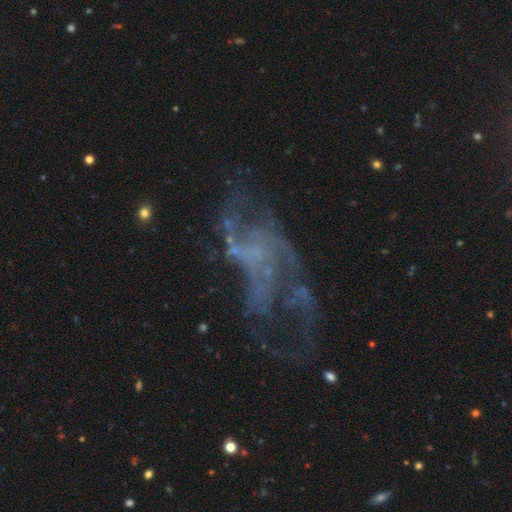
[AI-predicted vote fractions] A featured or disk galaxy (71%) with no bar (75%), spiral arms (57%) and no central bulge (75%).

Vote fractions:
- Smooth or featured? featured or disk: 71% / star or artifact: 18% / smooth: 10%
- Edge-on disk? no: 96% / yes: 4%
- Bar? no: 75% / weak: 19% / strong: 6%
- Spiral arms? yes: 57% / no: 43%
- Bulge size? none: 75% / small: 17% / moderate: 5% / large: 2% / dominant: 1%
- Merging? major disturbance: 43% / none: 36% / minor disturbance: 15% / merger: 6%